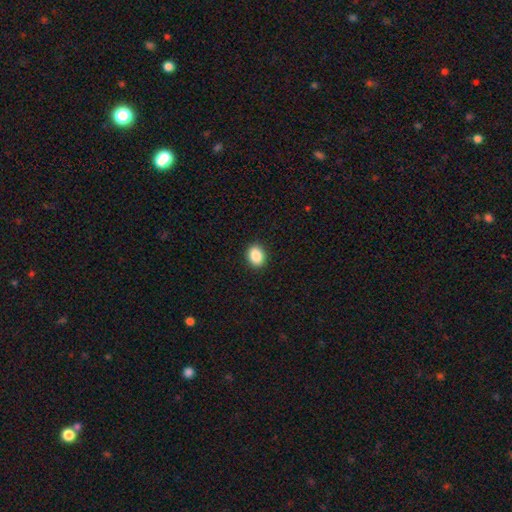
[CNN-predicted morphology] type=smooth (88%); roundness=in between (61%); merging=none (91%).